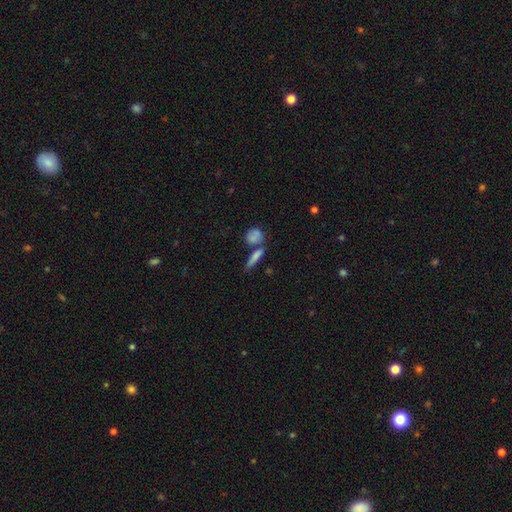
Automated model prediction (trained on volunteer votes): smooth 69%, featured or disk 20%, star or artifact 11%. Down the decision tree: how rounded — cigar-shaped (66%); merging — none (57%).